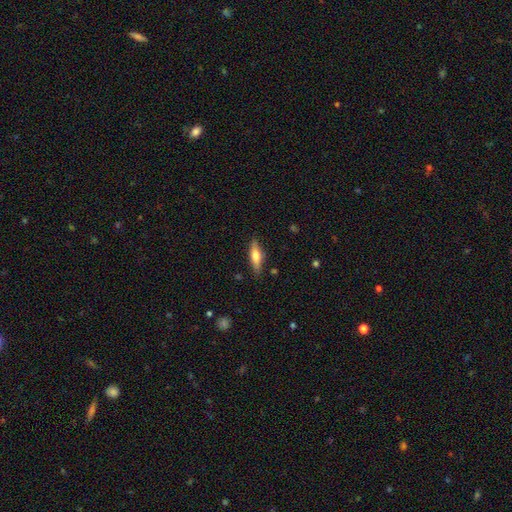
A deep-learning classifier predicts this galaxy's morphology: A smooth galaxy with no disk features (54%) that is cigar-shaped (60%). Merging: none (84%).